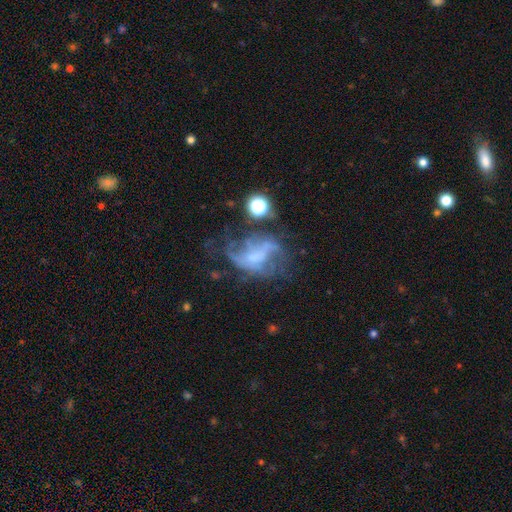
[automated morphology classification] smooth_or_featured: featured or disk (p=0.66) [alt: smooth p=0.19]
disk_edge_on: no (p=0.97) [alt: yes p=0.03]
bar: no (p=0.60) [alt: weak p=0.30]
has_spiral_arms: yes (p=0.56) [alt: no p=0.44]
bulge_size: none (p=0.47) [alt: small p=0.30]
merging: major disturbance (p=0.39) [alt: none p=0.33]